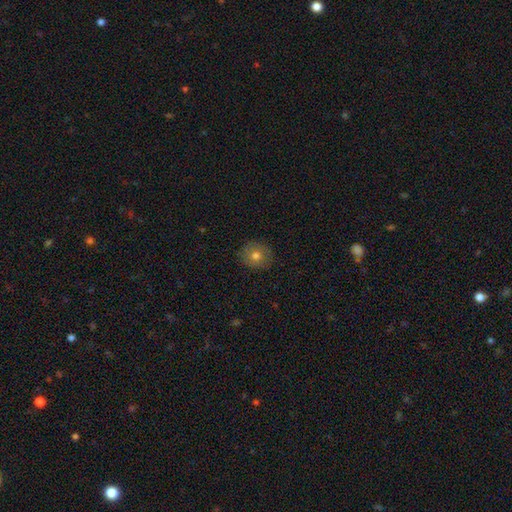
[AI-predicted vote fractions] Overall: smooth (72%). How rounded: round (87%). Merging: none (88%).